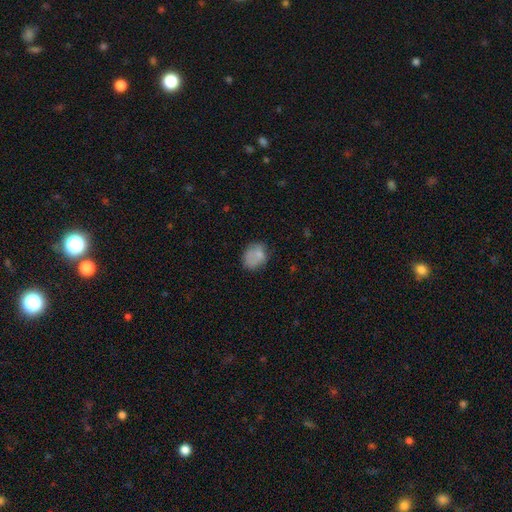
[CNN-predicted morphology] A smooth galaxy with no disk features (74%) that is in between round and cigar-shaped (51%). Merging: none (57%).